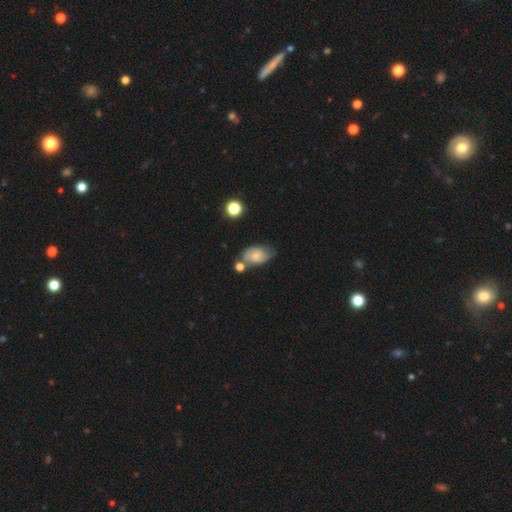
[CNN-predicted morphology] Smooth or featured?
  - smooth: 59% *
  - featured or disk: 32%
  - star or artifact: 9%
How rounded?
  - in between: 87% *
  - round: 11%
  - cigar-shaped: 2%
Merging?
  - none: 48% *
  - minor disturbance: 25%
  - merger: 19%
  - major disturbance: 8%